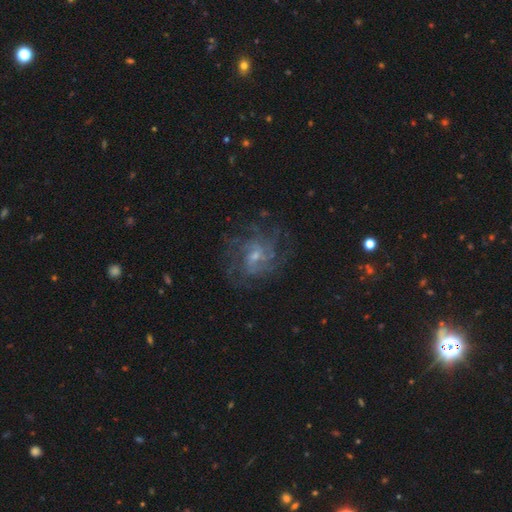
smooth-or-featured: featured or disk: 85% | star or artifact: 10% | smooth: 5%
  disk-edge-on: no: 100% | yes: 0%
    bar: no: 74% | weak: 21% | strong: 6%
    has-spiral-arms: yes: 97% | no: 3%
      spiral-winding: medium: 42% | tight: 39% | loose: 18%
      spiral-arm-count: more than 4: 55% | can't tell: 27% | 4: 12% | 3: 6% | 1: 0% | 2: 0%
    bulge-size: small: 76% | moderate: 21% | none: 3% | dominant: 0% | large: 0%
  merging: none: 72% | major disturbance: 14% | minor disturbance: 11% | merger: 3%